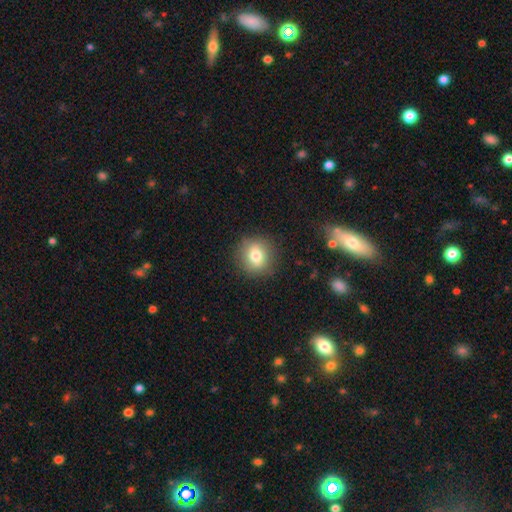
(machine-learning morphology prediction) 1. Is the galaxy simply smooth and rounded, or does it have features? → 76% smooth, 14% featured or disk, 10% star or artifact.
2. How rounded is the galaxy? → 84% round, 15% in between, 1% cigar-shaped.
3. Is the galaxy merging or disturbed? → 87% none, 9% minor disturbance, 3% major disturbance, 1% merger.